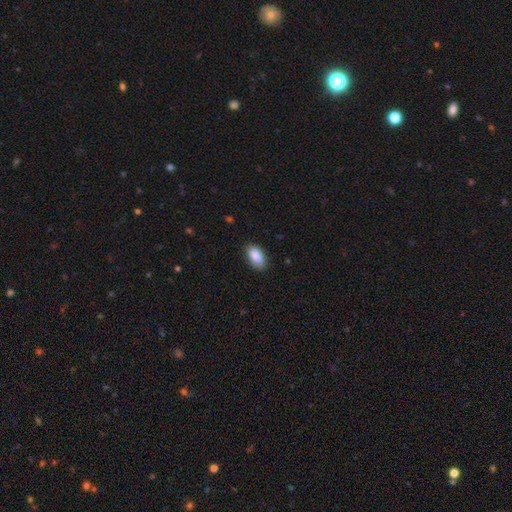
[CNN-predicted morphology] A smooth galaxy with no disk features (89%) that is in between round and cigar-shaped (94%).

Vote fractions:
- Smooth or featured? smooth: 89% / star or artifact: 7% / featured or disk: 5%
- How rounded? in between: 94% / round: 3% / cigar-shaped: 3%
- Merging? none: 83% / minor disturbance: 14% / major disturbance: 2% / merger: 1%